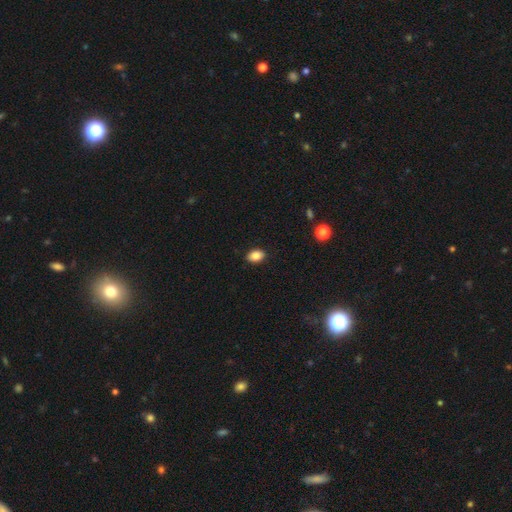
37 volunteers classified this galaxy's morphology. type=smooth (92%); roundness=in between (85%); merging=none (89%).